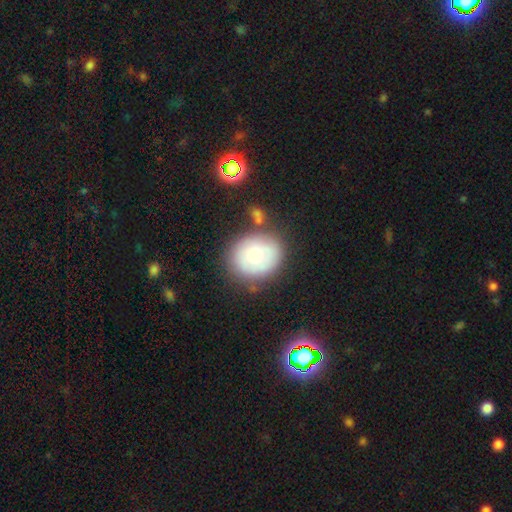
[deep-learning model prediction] This is likely a smooth galaxy (68%). How rounded: likely round (64%). Merging: likely none (66%).